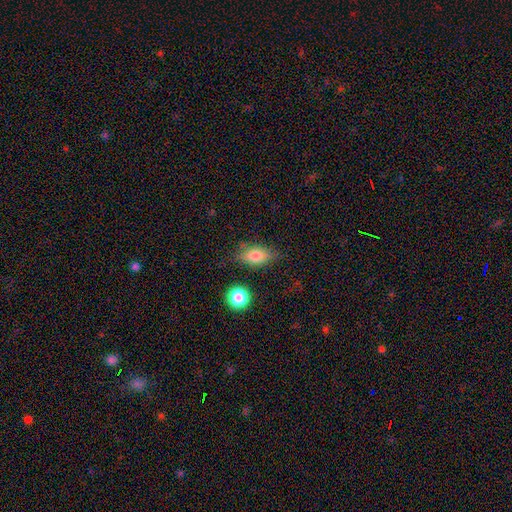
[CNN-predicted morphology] type=smooth (72%); roundness=in between (80%); merging=none (71%).